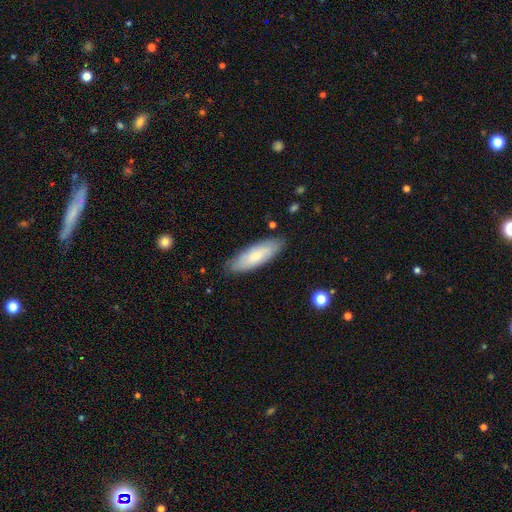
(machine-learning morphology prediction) type=smooth (74%); roundness=in between (55%); merging=none (85%).